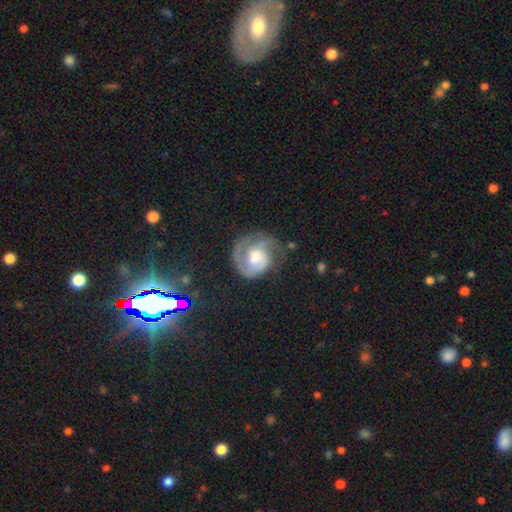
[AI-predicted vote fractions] Q: Smooth or featured?
A: featured or disk (75%); runner-up: smooth (17%)
Q: Edge-on disk?
A: no (98%); runner-up: yes (2%)
Q: Bar?
A: no (53%); runner-up: weak (39%)
Q: Spiral arms?
A: yes (91%); runner-up: no (9%)
Q: Spiral winding?
A: tight (48%); runner-up: medium (38%)
Q: Spiral arm count?
A: 2 (46%); runner-up: 1 (28%)
Q: Bulge size?
A: moderate (60%); runner-up: small (18%)
Q: Merging?
A: none (55%); runner-up: minor disturbance (24%)